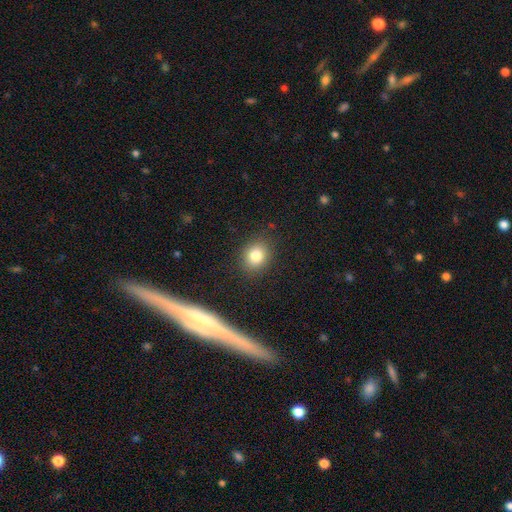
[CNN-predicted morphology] This appears to be a smooth galaxy with no disk features (80%) that is round (66%). Merging: none (87%).